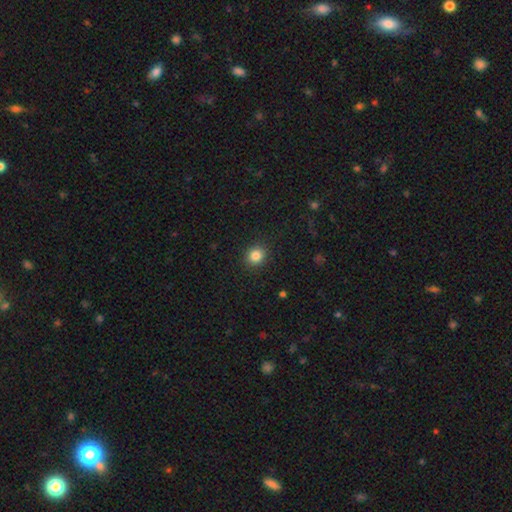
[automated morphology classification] Smooth or featured? Predicted: smooth (p=0.84). How rounded? Predicted: round (p=0.82). Merging? Predicted: none (p=0.91).